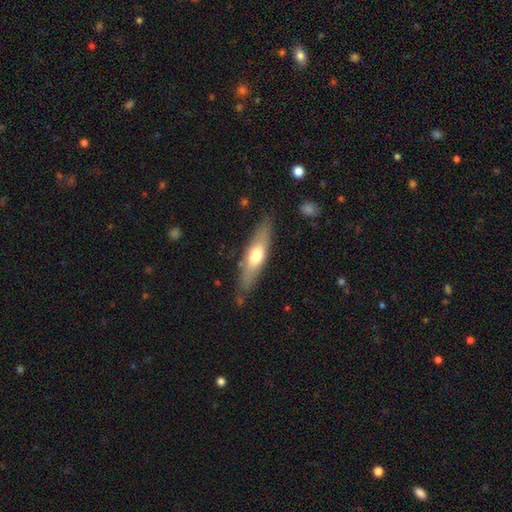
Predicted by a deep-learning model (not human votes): Overall: smooth (52%; featured or disk 43%). How rounded: cigar-shaped (67%; in between 31%). Merging: none (81%).